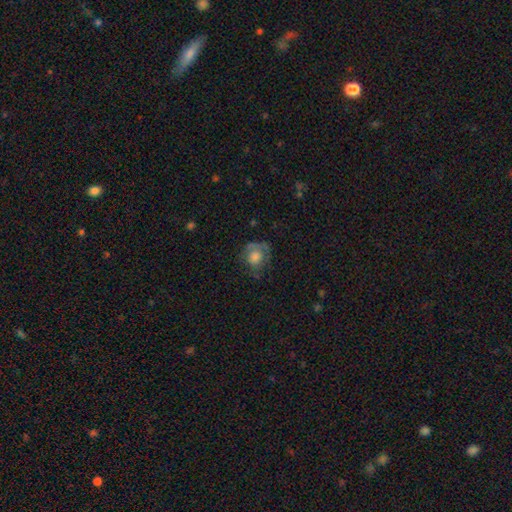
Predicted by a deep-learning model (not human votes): Overall: smooth (54%; featured or disk 36%). How rounded: round (72%). Merging: none (54%; minor disturbance 24%).